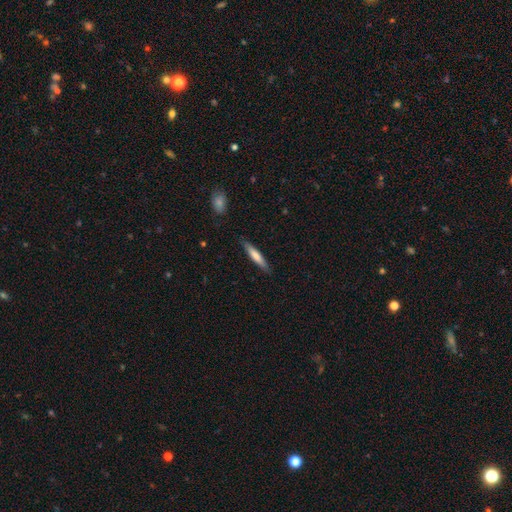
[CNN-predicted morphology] Smooth or featured?
  - smooth: 67% *
  - featured or disk: 27%
  - star or artifact: 5%
How rounded?
  - cigar-shaped: 90% *
  - in between: 9%
  - round: 1%
Merging?
  - none: 87% *
  - minor disturbance: 10%
  - major disturbance: 2%
  - merger: 1%